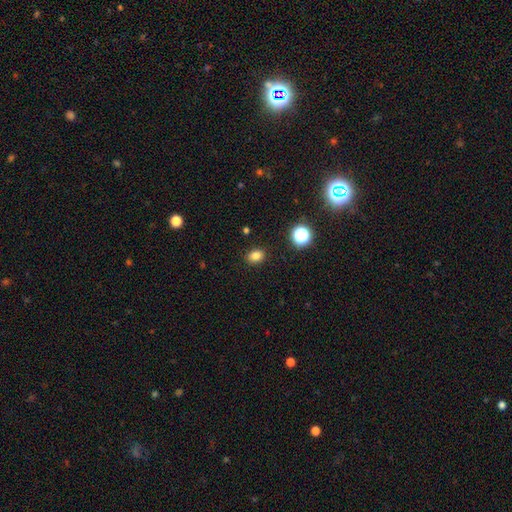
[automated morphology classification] This appears to be a smooth galaxy with no disk features (81%) that is in between round and cigar-shaped (64%). Merging: none (88%).